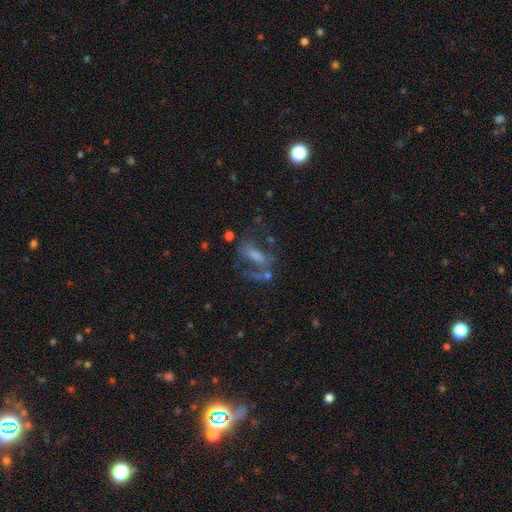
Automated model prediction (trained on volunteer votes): Smooth or featured? Predicted: featured or disk (p=0.50). Edge-on disk? Predicted: no (p=0.86). Merging? Predicted: none (p=0.42).